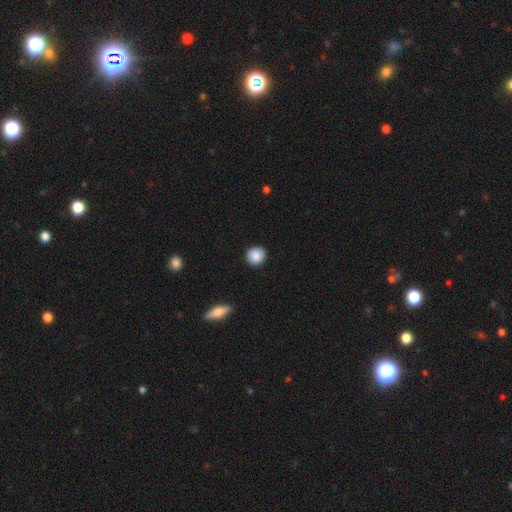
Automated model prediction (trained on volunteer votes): Overall: smooth (88%). How rounded: round (91%). Merging: none (91%).